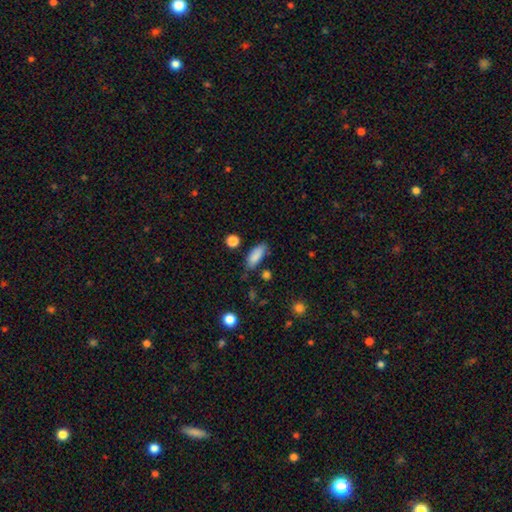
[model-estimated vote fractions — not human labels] Overall: smooth (86%). How rounded: in between (79%). Merging: none (73%).